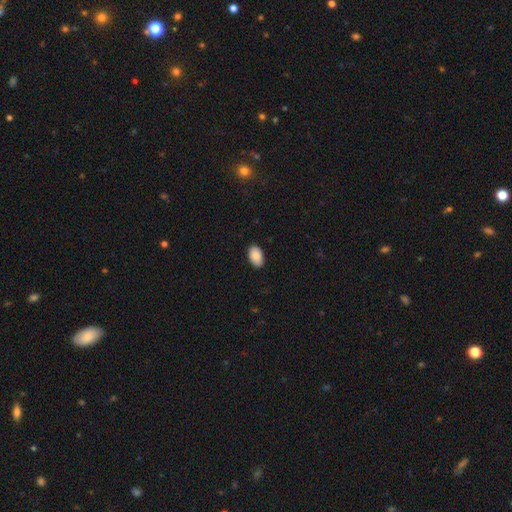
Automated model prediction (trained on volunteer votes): Overall: smooth (89%). How rounded: in between (93%). Merging: none (89%).